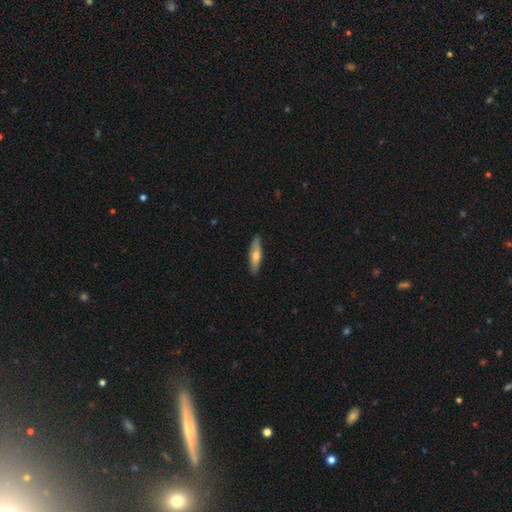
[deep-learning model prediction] Overall: smooth (60%; featured or disk 35%). How rounded: cigar-shaped (64%; in between 34%). Merging: none (86%).